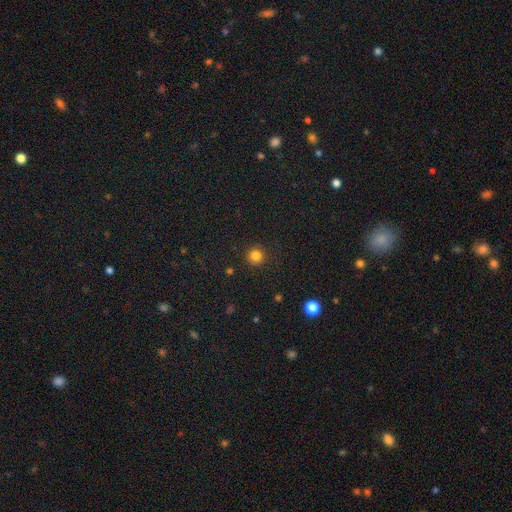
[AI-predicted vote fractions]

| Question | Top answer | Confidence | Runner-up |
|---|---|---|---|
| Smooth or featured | smooth | 83% | star or artifact (12%) |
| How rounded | round | 94% | in between (5%) |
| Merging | none | 91% | minor disturbance (6%) |